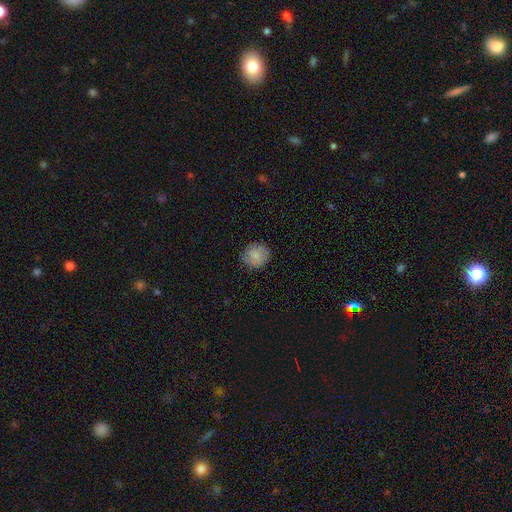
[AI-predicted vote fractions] A smooth galaxy with no disk features (81%) that is round (81%).

Vote fractions:
- Smooth or featured? smooth: 81% / featured or disk: 11% / star or artifact: 8%
- How rounded? round: 81% / in between: 18% / cigar-shaped: 1%
- Merging? none: 83% / minor disturbance: 14% / major disturbance: 3% / merger: 1%